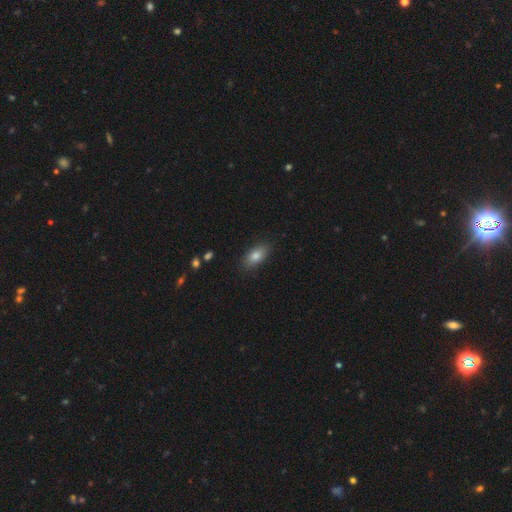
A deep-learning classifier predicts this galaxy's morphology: The model was most divided on "smooth or featured": smooth: 81%, featured or disk: 11%, star or artifact: 8%. More confident: how rounded — in between (87%); merging — none (86%).